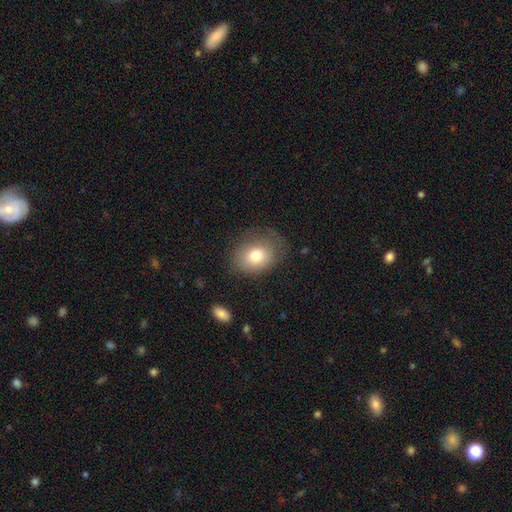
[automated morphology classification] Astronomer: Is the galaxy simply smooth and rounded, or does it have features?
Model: smooth — 75%.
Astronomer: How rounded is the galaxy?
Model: in between — 57% (runner-up: round, 42%).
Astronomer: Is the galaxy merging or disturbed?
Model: none — 61%.